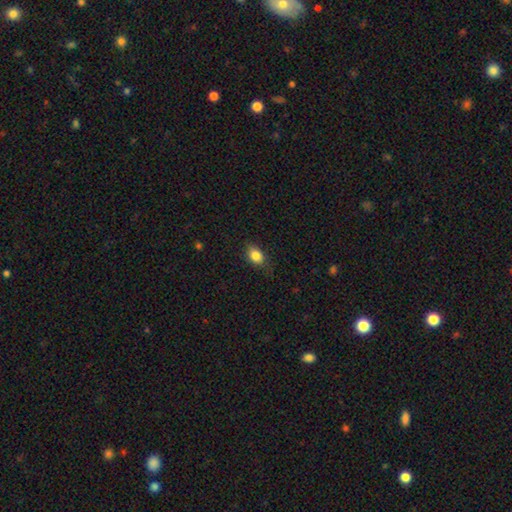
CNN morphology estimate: Smooth or featured?
  - smooth: 84% *
  - star or artifact: 9%
  - featured or disk: 7%
How rounded?
  - in between: 74% *
  - round: 24%
  - cigar-shaped: 2%
Merging?
  - none: 76% *
  - minor disturbance: 18%
  - major disturbance: 4%
  - merger: 1%